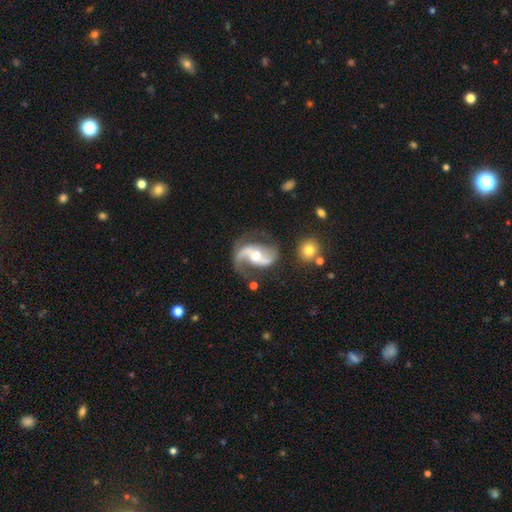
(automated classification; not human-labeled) Morphology: type=featured or disk (90%); edge-on=no (97%); bar=weak (37%); spiral arms=yes (97%); winding=loose (62%); arm count=2 (91%); bulge=moderate (65%); merging=none (66%).